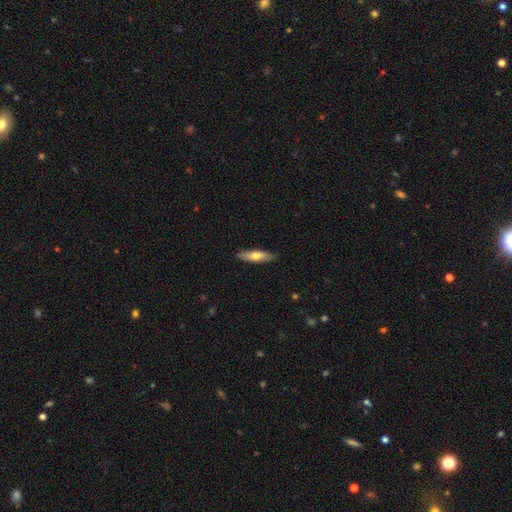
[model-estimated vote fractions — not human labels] Smooth or featured: smooth — 61% (featured or disk — 33%)
How rounded: cigar-shaped — 69% (in between — 29%)
Merging: none — 89% (minor disturbance — 9%)